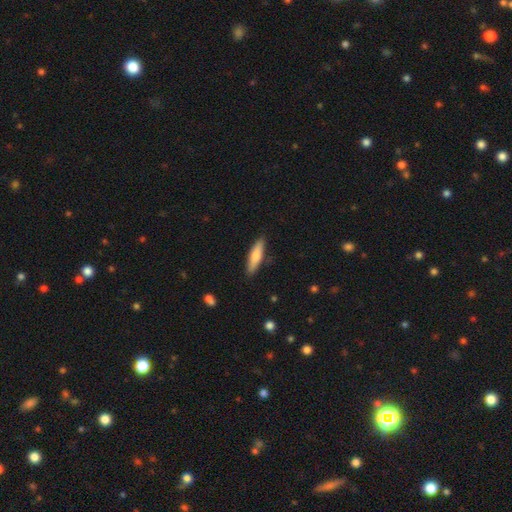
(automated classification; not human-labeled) The model was most divided on "smooth or featured": smooth: 68%, featured or disk: 26%, star or artifact: 6%. More confident: merging — none (87%); how rounded — cigar-shaped (72%).